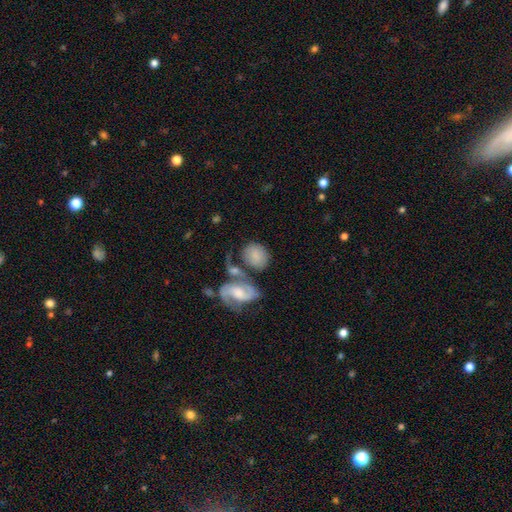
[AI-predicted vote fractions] smooth 60%, featured or disk 32%, star or artifact 8%. Down the decision tree: how rounded — in between (51%); merging — none (39%).